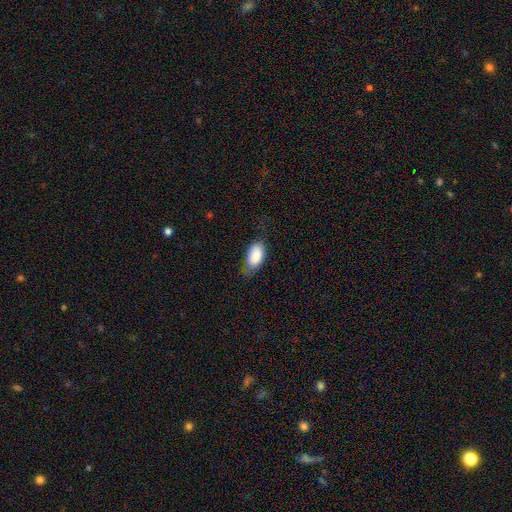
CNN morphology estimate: smooth_or_featured: smooth (p=0.84) [alt: featured or disk p=0.09]
how_rounded: in between (p=0.94) [alt: round p=0.04]
merging: none (p=0.62) [alt: minor disturbance p=0.28]